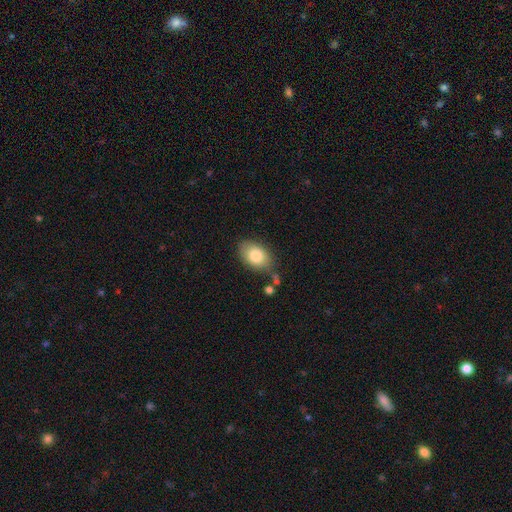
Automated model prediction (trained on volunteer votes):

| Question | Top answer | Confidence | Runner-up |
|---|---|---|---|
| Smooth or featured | smooth | 84% | featured or disk (10%) |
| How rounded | in between | 86% | round (12%) |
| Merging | none | 69% | minor disturbance (20%) |